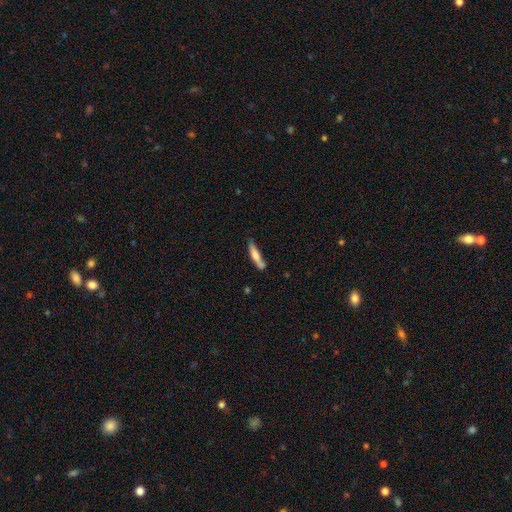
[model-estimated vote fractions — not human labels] smooth-or-featured: smooth: 68% | featured or disk: 26% | star or artifact: 6%
  how-rounded: cigar-shaped: 84% | in between: 14% | round: 2%
  merging: none: 64% | minor disturbance: 22% | merger: 9% | major disturbance: 5%